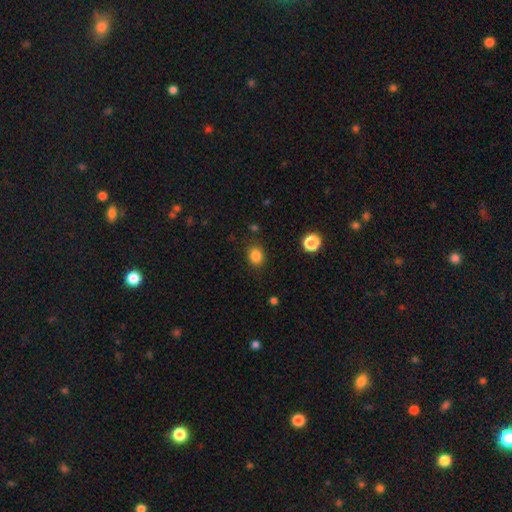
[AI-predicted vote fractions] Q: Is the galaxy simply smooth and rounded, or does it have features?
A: smooth — 84%.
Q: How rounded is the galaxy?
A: round — 58%.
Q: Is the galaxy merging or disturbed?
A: none — 85%.